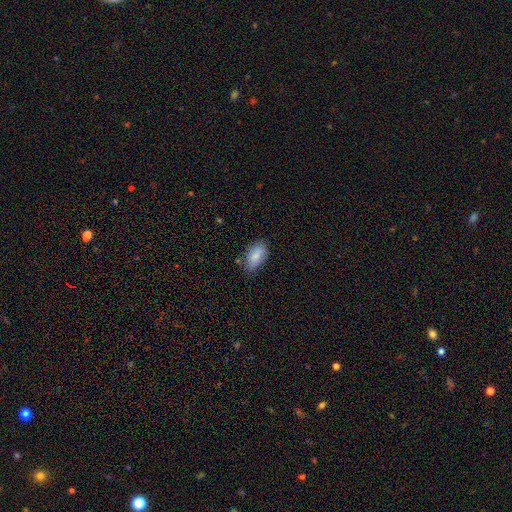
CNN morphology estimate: smooth_or_featured: smooth (p=0.82) [alt: featured or disk p=0.11]
how_rounded: in between (p=0.93) [alt: cigar-shaped p=0.04]
merging: none (p=0.73) [alt: minor disturbance p=0.21]